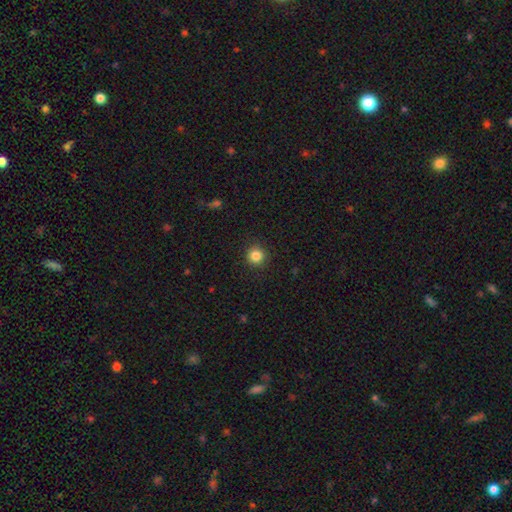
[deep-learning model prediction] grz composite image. It shows a smooth galaxy with no disk features (84%) that is round (95%). Merging: none (91%).